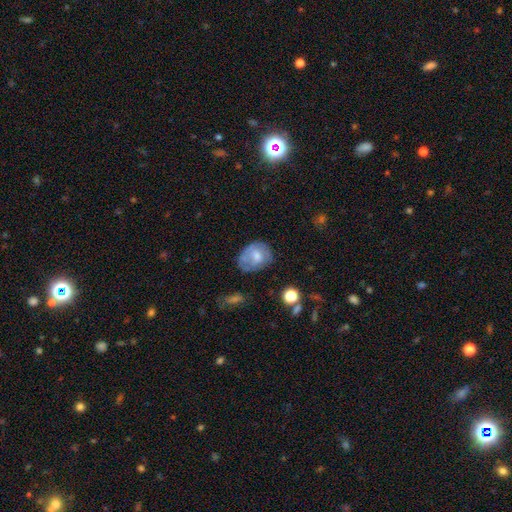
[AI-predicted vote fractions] smooth_or_featured: smooth (p=0.56) [alt: featured or disk p=0.35]
how_rounded: in between (p=0.50) [alt: round p=0.49]
merging: none (p=0.53) [alt: minor disturbance p=0.29]